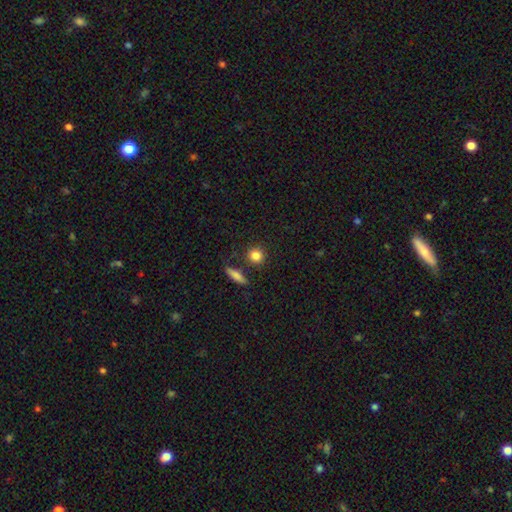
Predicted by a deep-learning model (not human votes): A smooth galaxy with no disk features (84%) that is round (85%). Merging: none (82%).